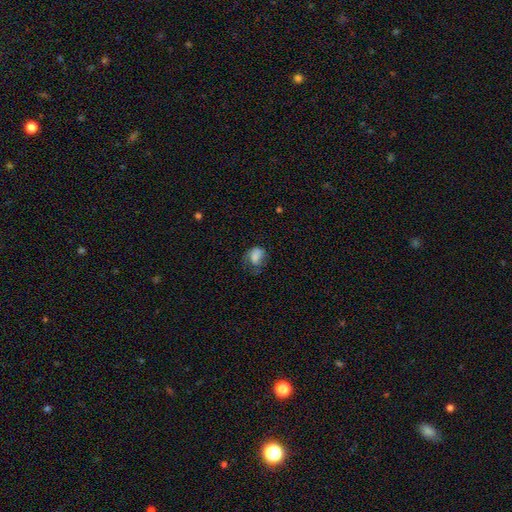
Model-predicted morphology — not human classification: This is likely a smooth galaxy (76%). How rounded: likely in between (71%). Merging: marginally none (35%).